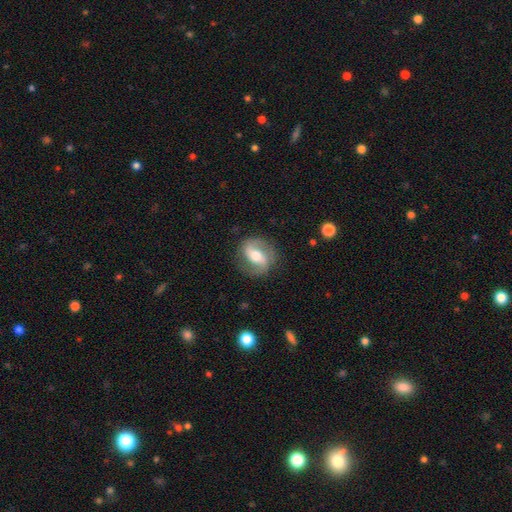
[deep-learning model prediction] This appears to be a featured or disk galaxy (76%) with a strong bar (39%), 2 (89%) medium (45%) spiral arms (89%) and a moderate central bulge (70%). Merging: none (81%).